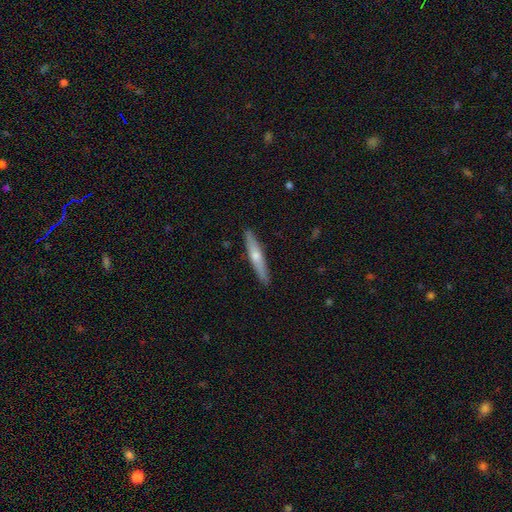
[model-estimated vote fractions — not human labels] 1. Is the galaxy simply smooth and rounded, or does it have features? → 48% featured or disk, 47% smooth, 6% star or artifact.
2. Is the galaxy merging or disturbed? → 91% none, 7% minor disturbance, 1% major disturbance, 1% merger.